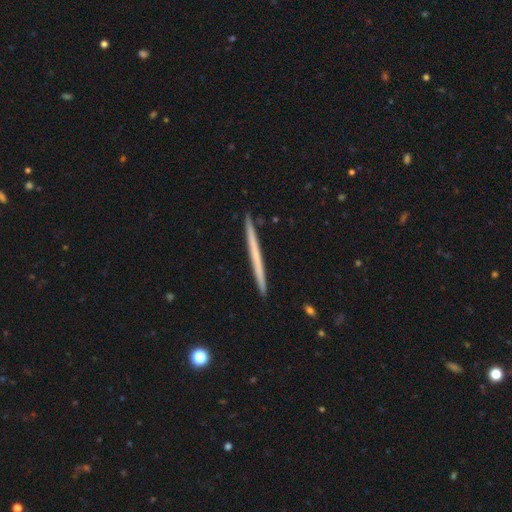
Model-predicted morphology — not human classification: Smooth or featured? featured or disk (52%)
Edge-on disk? yes (98%)
Edge-on bulge? none (88%)
Merging? none (92%)